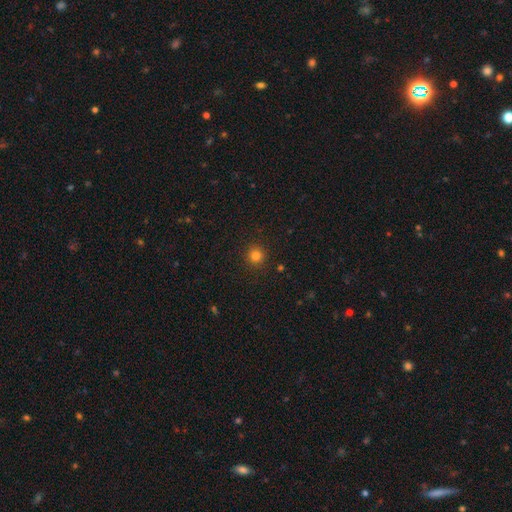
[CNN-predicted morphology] Smooth or featured? smooth (81%)
How rounded? round (94%)
Merging? none (91%)